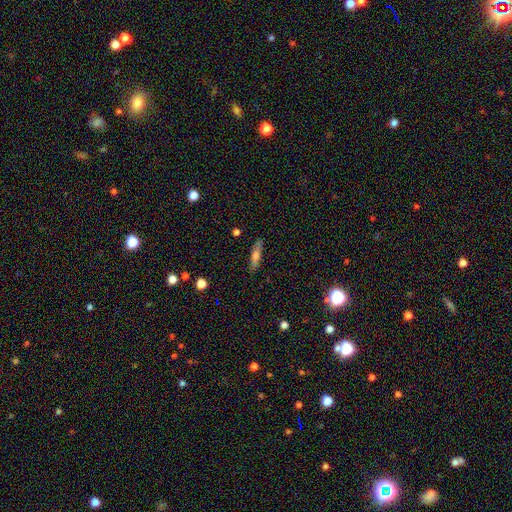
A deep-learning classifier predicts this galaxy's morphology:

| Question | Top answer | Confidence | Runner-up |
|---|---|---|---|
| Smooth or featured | smooth | 60% | featured or disk (32%) |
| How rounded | cigar-shaped | 80% | in between (17%) |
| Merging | none | 86% | minor disturbance (11%) |